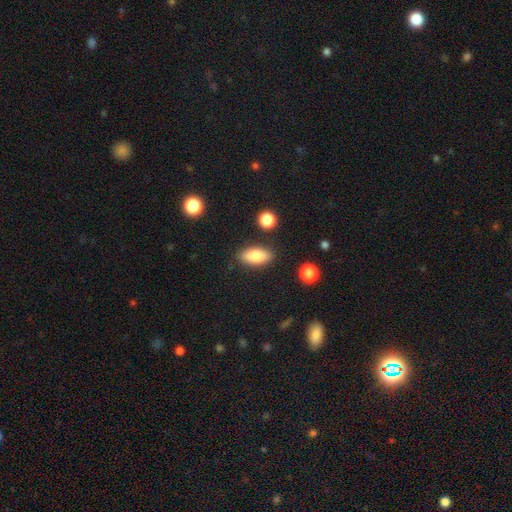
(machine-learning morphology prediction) This is likely a smooth galaxy (79%). How rounded: clearly in between (85%). Merging: clearly none (84%).